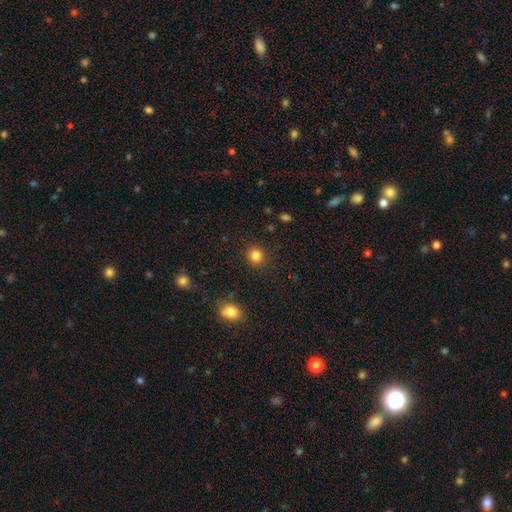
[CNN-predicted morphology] Smooth or featured?
  - smooth: 85% *
  - star or artifact: 12%
  - featured or disk: 4%
How rounded?
  - round: 84% *
  - in between: 15%
  - cigar-shaped: 1%
Merging?
  - none: 88% *
  - minor disturbance: 7%
  - major disturbance: 3%
  - merger: 2%